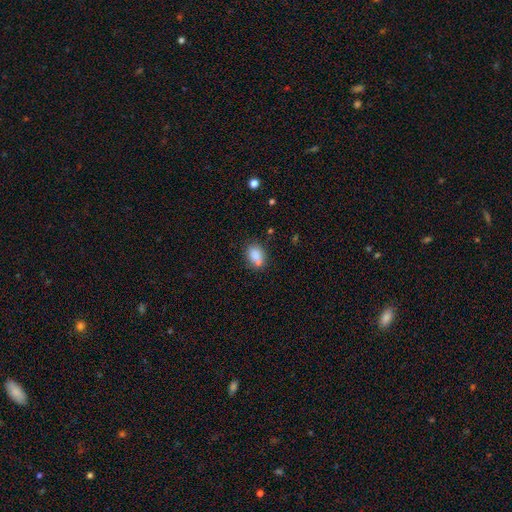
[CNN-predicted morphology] smooth-or-featured: smooth: 81% | featured or disk: 10% | star or artifact: 9%
  how-rounded: in between: 70% | round: 28% | cigar-shaped: 1%
  merging: none: 57% | merger: 23% | minor disturbance: 16% | major disturbance: 4%